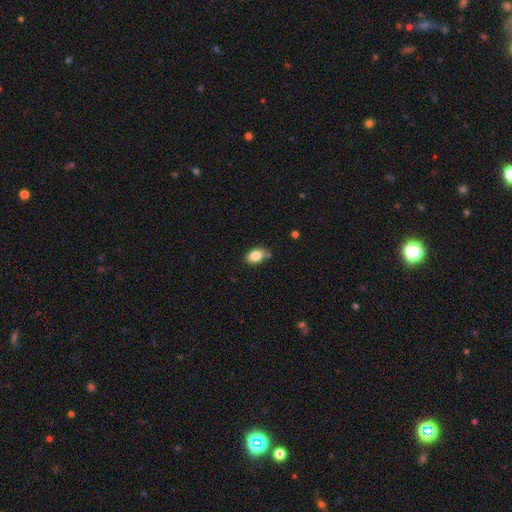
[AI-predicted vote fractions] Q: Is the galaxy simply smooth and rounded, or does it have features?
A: smooth — 83%.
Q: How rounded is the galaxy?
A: in between — 85%.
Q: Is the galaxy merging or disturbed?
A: none — 66%.